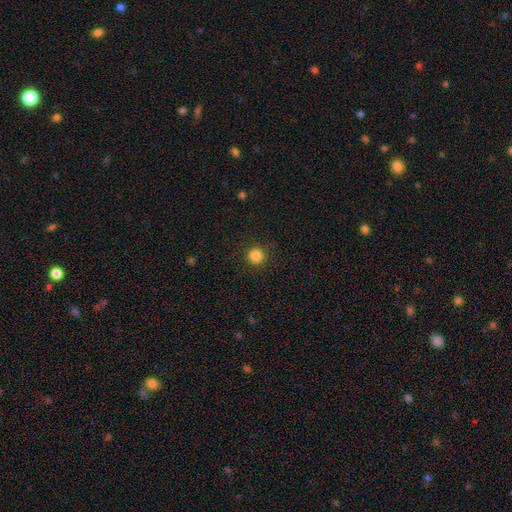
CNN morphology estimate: Smooth or featured? smooth (84%)
How rounded? round (96%)
Merging? none (92%)